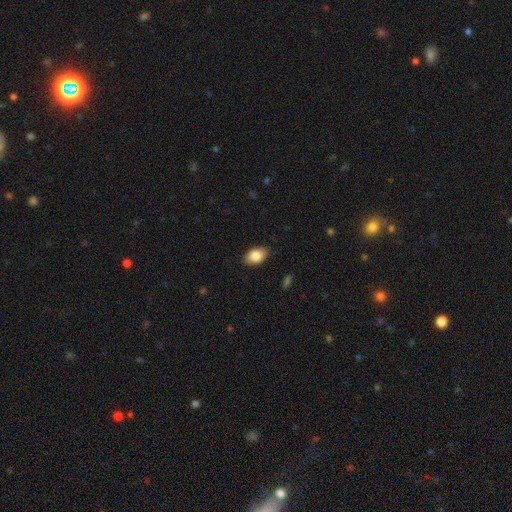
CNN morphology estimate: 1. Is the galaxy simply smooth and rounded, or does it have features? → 85% smooth, 9% featured or disk, 7% star or artifact.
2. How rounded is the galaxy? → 89% in between, 10% round, 1% cigar-shaped.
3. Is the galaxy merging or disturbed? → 85% none, 12% minor disturbance, 2% major disturbance, 1% merger.